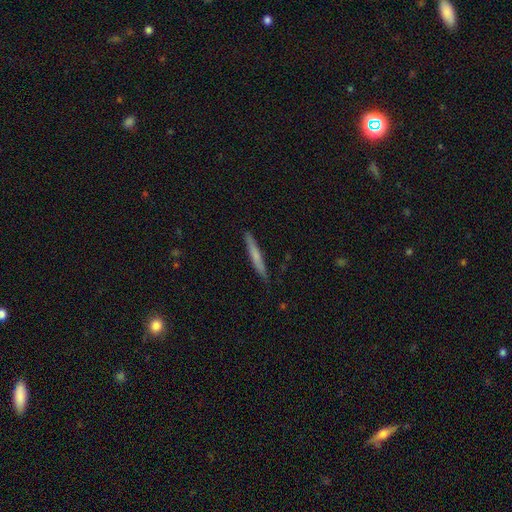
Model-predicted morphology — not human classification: This is likely a smooth galaxy (61%). How rounded: clearly cigar-shaped (96%). Merging: clearly none (88%).